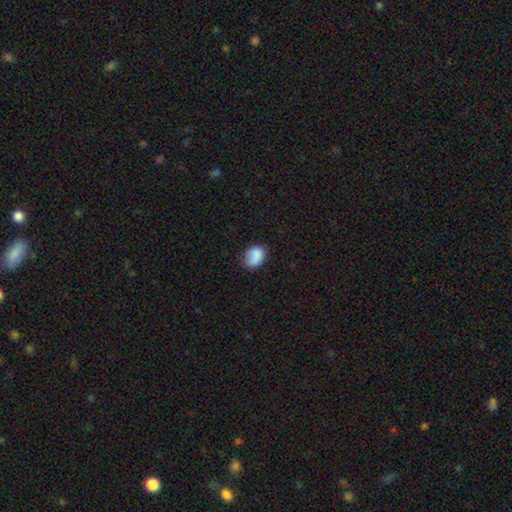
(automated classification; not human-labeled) smooth 84%, star or artifact 8%, featured or disk 7%. Down the decision tree: how rounded — in between (64%); merging — none (63%).